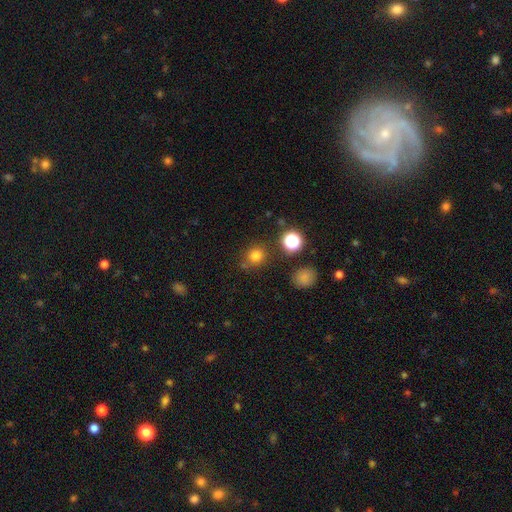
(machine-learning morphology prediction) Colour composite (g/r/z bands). It shows a smooth galaxy with no disk features (77%) that is round (88%). Merging: none (77%).